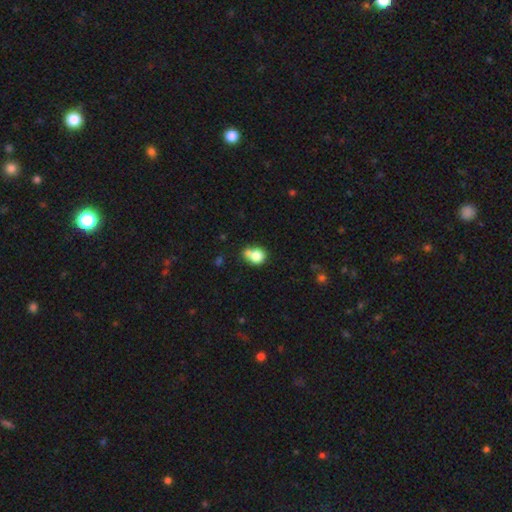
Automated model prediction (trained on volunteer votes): Q: Smooth or featured?
A: smooth (80%); runner-up: star or artifact (10%)
Q: How rounded?
A: round (71%); runner-up: in between (28%)
Q: Merging?
A: none (42%); runner-up: merger (37%)